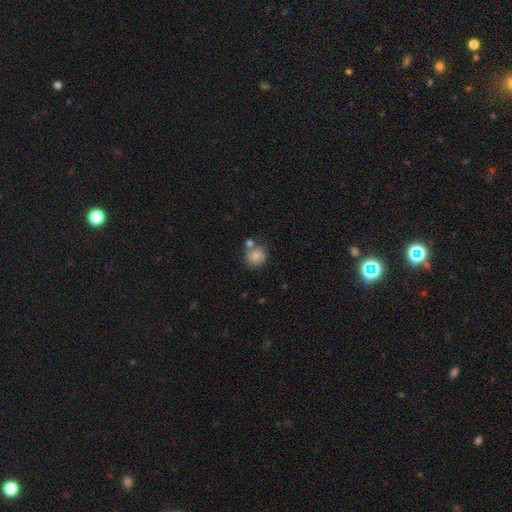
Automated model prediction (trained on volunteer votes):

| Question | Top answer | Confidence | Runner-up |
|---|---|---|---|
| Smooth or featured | smooth | 76% | featured or disk (15%) |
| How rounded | round | 81% | in between (18%) |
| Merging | none | 58% | merger (21%) |